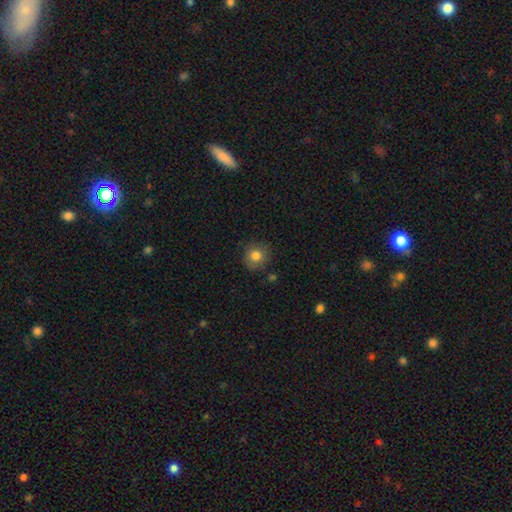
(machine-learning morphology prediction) smooth-or-featured: smooth: 80% | star or artifact: 10% | featured or disk: 10%
  how-rounded: round: 88% | in between: 11% | cigar-shaped: 1%
  merging: none: 82% | minor disturbance: 13% | major disturbance: 3% | merger: 2%